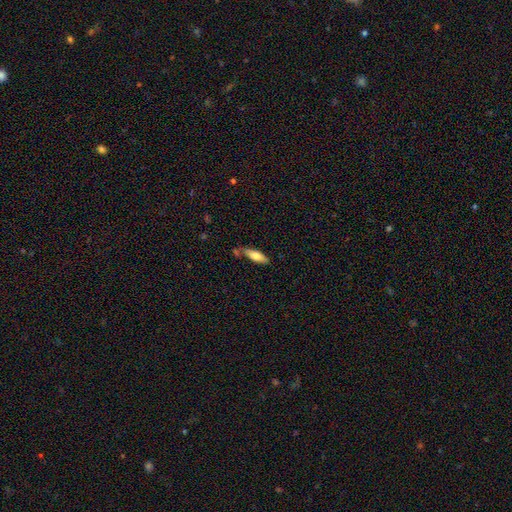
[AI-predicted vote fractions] smooth-or-featured: smooth: 69% | featured or disk: 25% | star or artifact: 6%
  how-rounded: cigar-shaped: 50% | in between: 48% | round: 2%
  merging: none: 63% | minor disturbance: 20% | merger: 12% | major disturbance: 5%